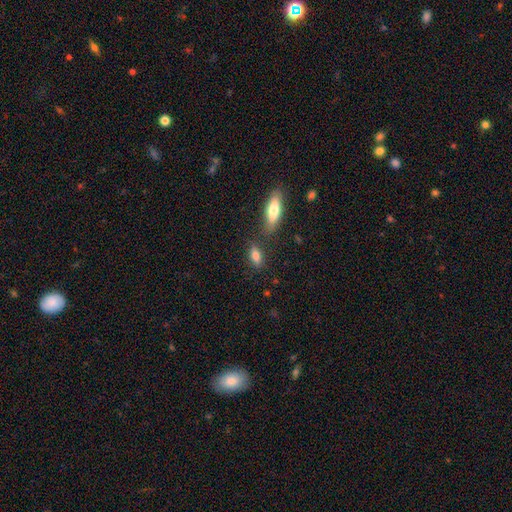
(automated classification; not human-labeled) Overall: smooth (78%). How rounded: in between (78%). Merging: none (71%).